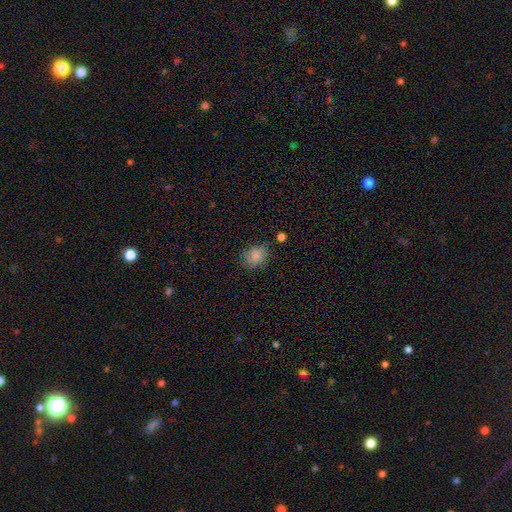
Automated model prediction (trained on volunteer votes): This is clearly a smooth galaxy (85%). How rounded: possibly round (59%). Merging: likely none (79%).